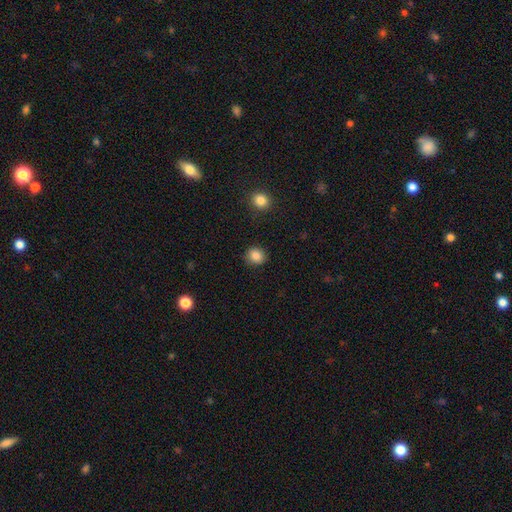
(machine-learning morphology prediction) Q: Smooth or featured?
A: smooth (86%); runner-up: star or artifact (10%)
Q: How rounded?
A: round (83%); runner-up: in between (16%)
Q: Merging?
A: none (89%); runner-up: minor disturbance (7%)